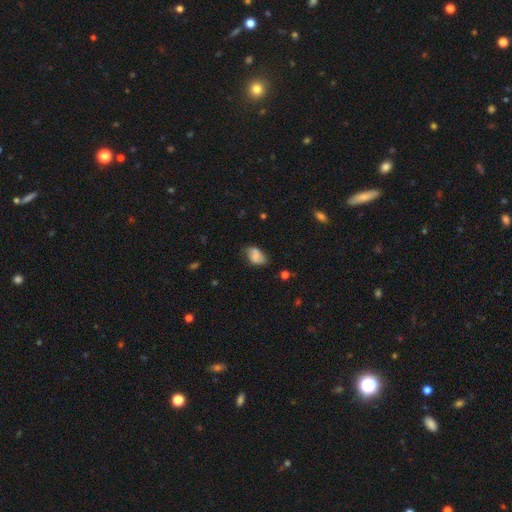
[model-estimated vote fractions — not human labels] A smooth galaxy with no disk features (65%) that is in between round and cigar-shaped (87%). Merging: none (57%).